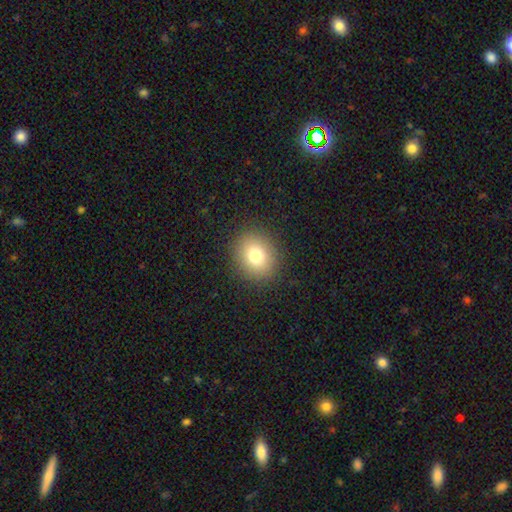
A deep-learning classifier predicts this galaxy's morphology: Smooth or featured? smooth (78%)
How rounded? round (72%)
Merging? none (89%)